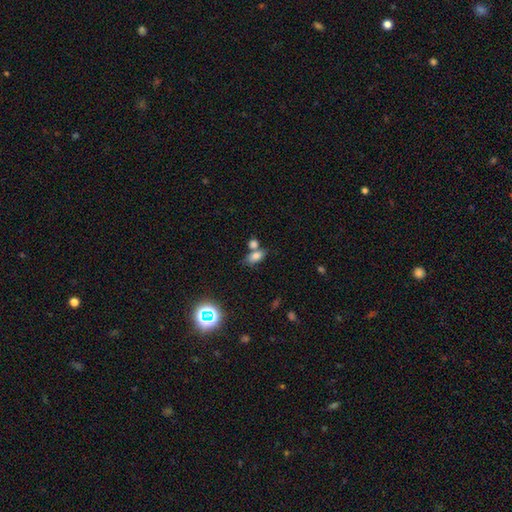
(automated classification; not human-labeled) smooth-or-featured: smooth: 77% | star or artifact: 13% | featured or disk: 11%
  how-rounded: in between: 84% | round: 10% | cigar-shaped: 7%
  merging: none: 48% | merger: 35% | minor disturbance: 12% | major disturbance: 5%